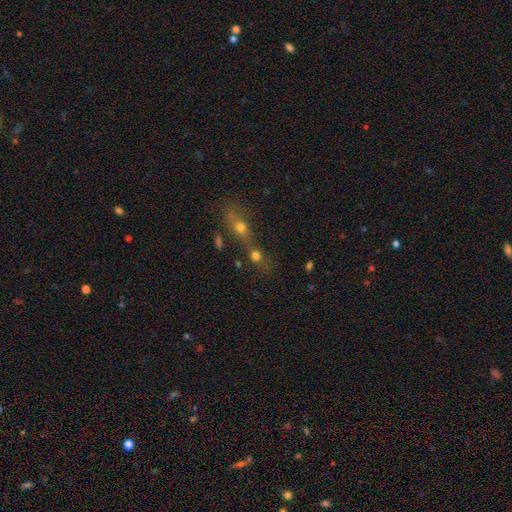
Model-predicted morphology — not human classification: Smooth or featured: smooth — 67% (star or artifact — 19%)
How rounded: round — 68% (in between — 25%)
Merging: merger — 53% (none — 35%)